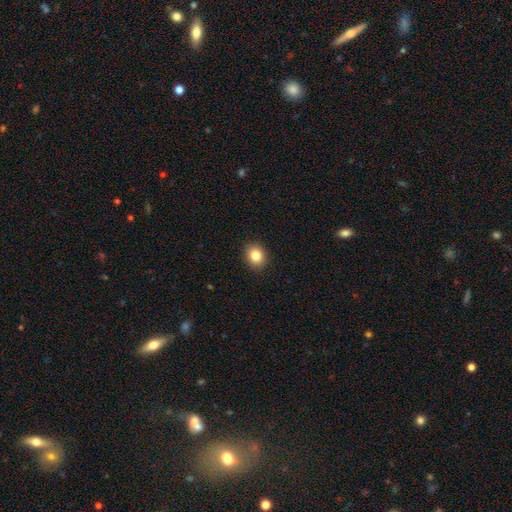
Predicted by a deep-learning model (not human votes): This appears to be a smooth galaxy with no disk features (84%) that is round (67%). Merging: none (91%).